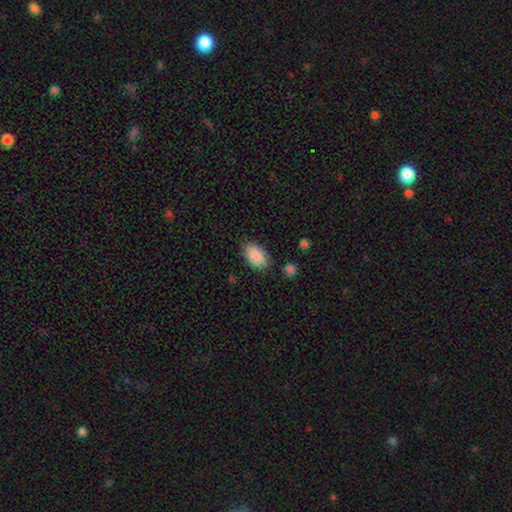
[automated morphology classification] A smooth galaxy with no disk features (89%) that is in between round and cigar-shaped (93%). Merging: none (82%).